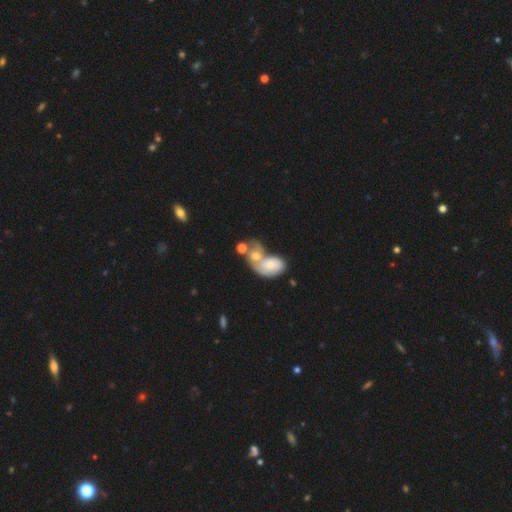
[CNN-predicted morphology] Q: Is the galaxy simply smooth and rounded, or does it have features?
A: smooth — 53%.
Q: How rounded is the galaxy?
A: in between — 63%.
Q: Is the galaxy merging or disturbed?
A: merger — 71%.